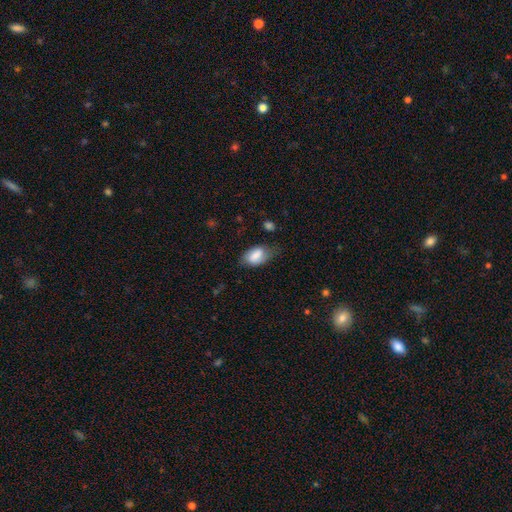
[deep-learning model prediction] The model was most divided on "merging": none: 53%, minor disturbance: 33%, major disturbance: 11%, merger: 2%. More confident: how rounded — in between (92%); smooth or featured — smooth (77%).